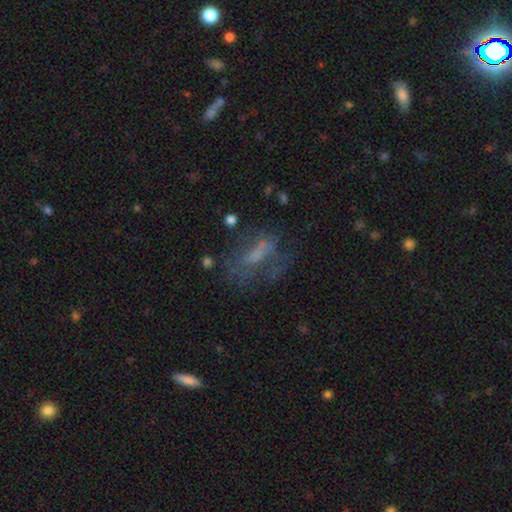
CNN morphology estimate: Smooth or featured: featured or disk — 42% (smooth — 39%)
Merging: none — 46% (major disturbance — 30%)